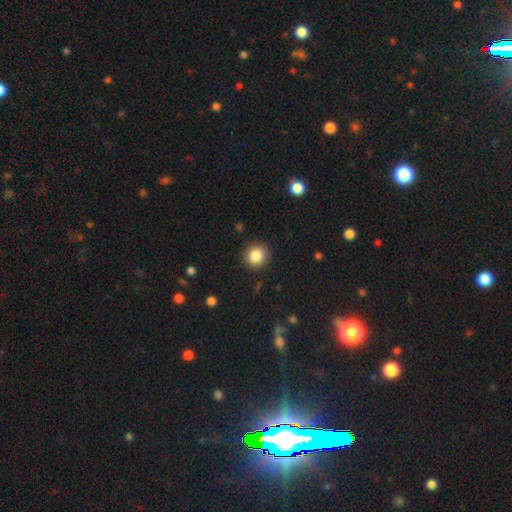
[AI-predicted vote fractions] Smooth or featured: smooth — 85% (star or artifact — 10%)
How rounded: round — 89% (in between — 11%)
Merging: none — 90% (minor disturbance — 7%)